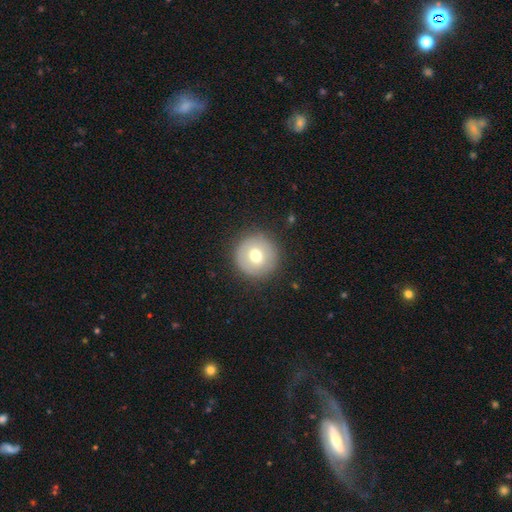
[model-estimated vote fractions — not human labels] Smooth or featured? smooth (67%)
How rounded? round (95%)
Merging? none (89%)